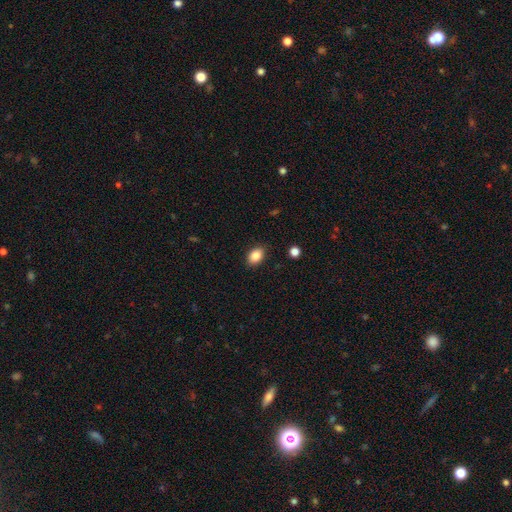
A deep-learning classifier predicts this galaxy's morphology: Smooth or featured? smooth (86%)
How rounded? in between (81%)
Merging? none (87%)